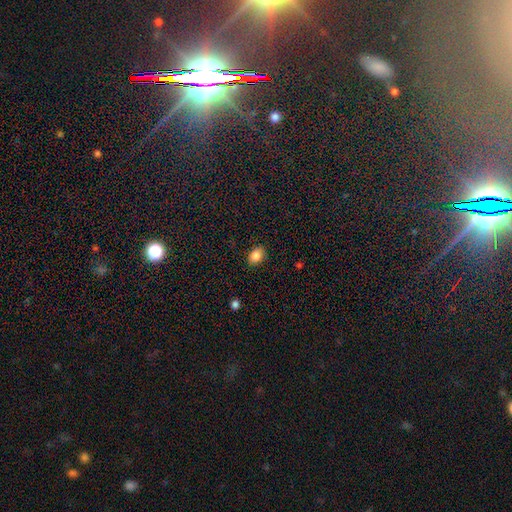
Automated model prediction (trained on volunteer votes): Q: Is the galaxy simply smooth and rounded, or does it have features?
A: smooth — 85%.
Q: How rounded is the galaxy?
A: in between — 72%.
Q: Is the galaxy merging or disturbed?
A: none — 87%.